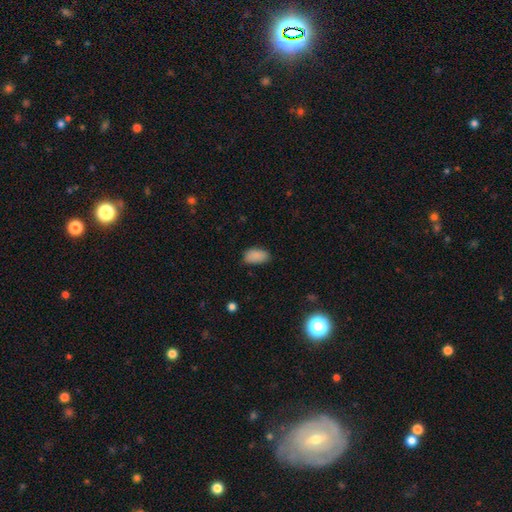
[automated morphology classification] smooth-or-featured: smooth: 87% | star or artifact: 9% | featured or disk: 4%
  how-rounded: in between: 93% | round: 5% | cigar-shaped: 2%
  merging: none: 78% | minor disturbance: 17% | major disturbance: 3% | merger: 1%